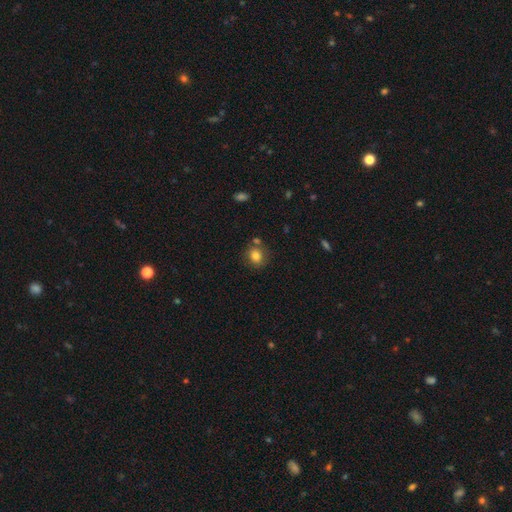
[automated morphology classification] A smooth galaxy with no disk features (81%) that is round (71%). Merging: none (72%).